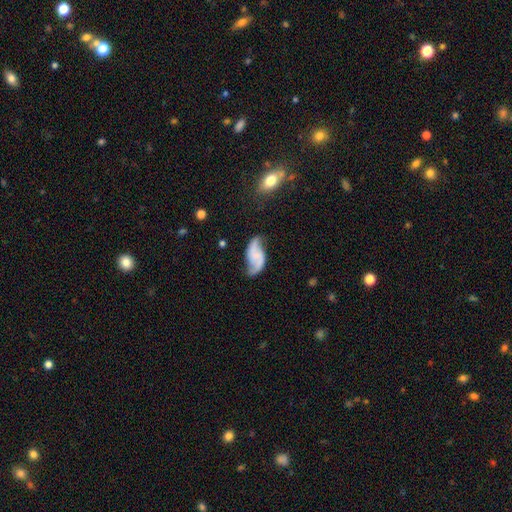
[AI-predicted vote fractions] This appears to be a featured or disk galaxy (74%) with no bar (57%), 2 (91%) loose (68%) spiral arms (92%) and no central bulge (63%). Merging: none (59%).